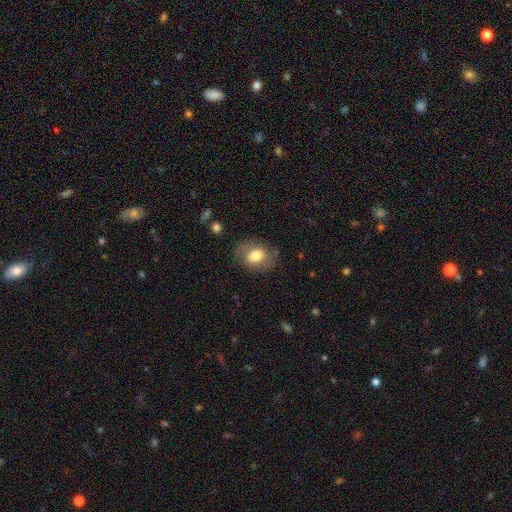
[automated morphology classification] The model was most divided on "how rounded": in between: 65%, round: 34%, cigar-shaped: 1%. More confident: merging — none (75%); smooth or featured — smooth (68%).